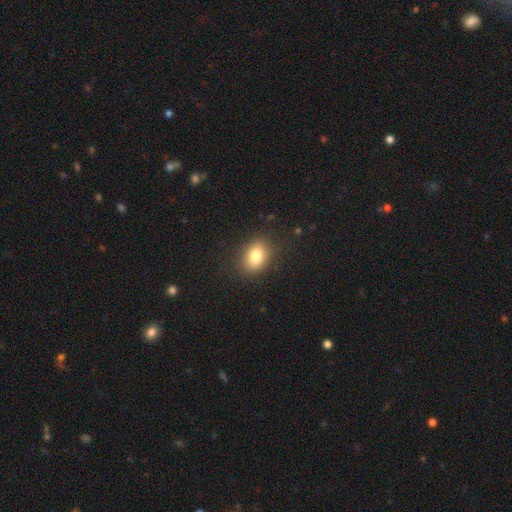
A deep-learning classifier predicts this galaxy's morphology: smooth 81%, star or artifact 10%, featured or disk 9%. Down the decision tree: how rounded — in between (69%); merging — none (84%).